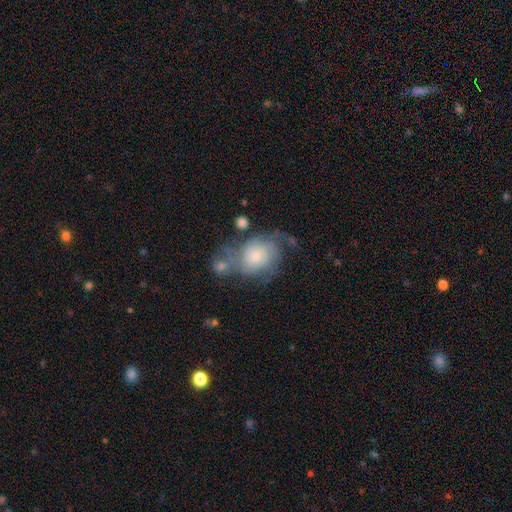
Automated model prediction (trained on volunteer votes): The model was most divided on "smooth or featured": featured or disk: 48%, smooth: 44%, star or artifact: 8%. Remaining: merging — none (34%).